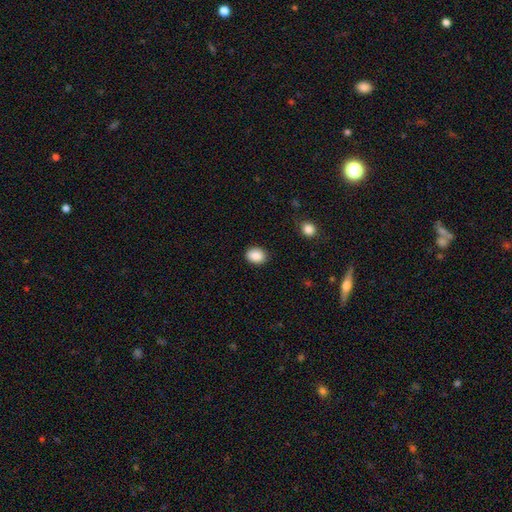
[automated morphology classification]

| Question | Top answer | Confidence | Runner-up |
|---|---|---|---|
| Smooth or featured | smooth | 89% | star or artifact (8%) |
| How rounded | in between | 57% | round (43%) |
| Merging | none | 88% | minor disturbance (9%) |